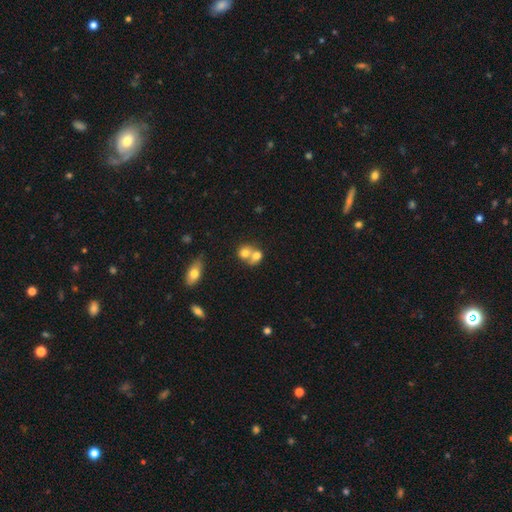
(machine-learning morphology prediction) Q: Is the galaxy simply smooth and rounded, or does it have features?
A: smooth — 71%.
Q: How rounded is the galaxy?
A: round — 57%.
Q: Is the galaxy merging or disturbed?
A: merger — 69%.